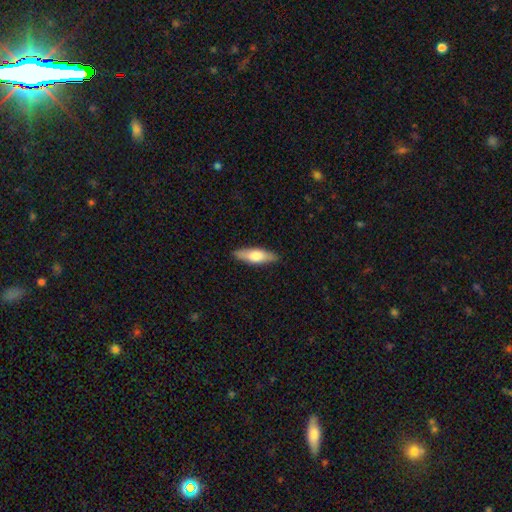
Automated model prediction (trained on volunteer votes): smooth_or_featured: smooth (p=0.67) [alt: featured or disk p=0.28]
how_rounded: in between (p=0.49) [tied with: cigar-shaped p=0.49]
merging: none (p=0.87) [alt: minor disturbance p=0.10]